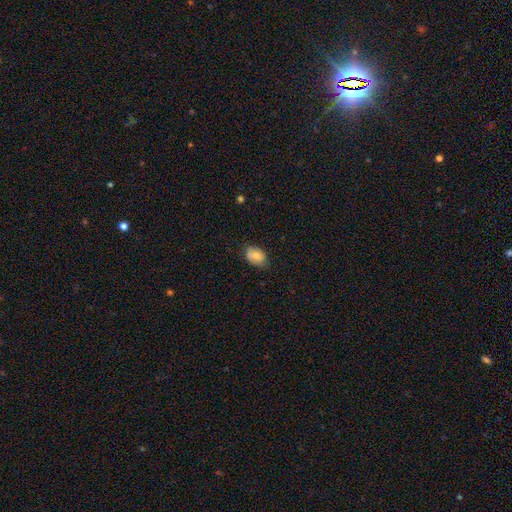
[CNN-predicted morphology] type=smooth (76%); roundness=in between (86%); merging=none (73%).